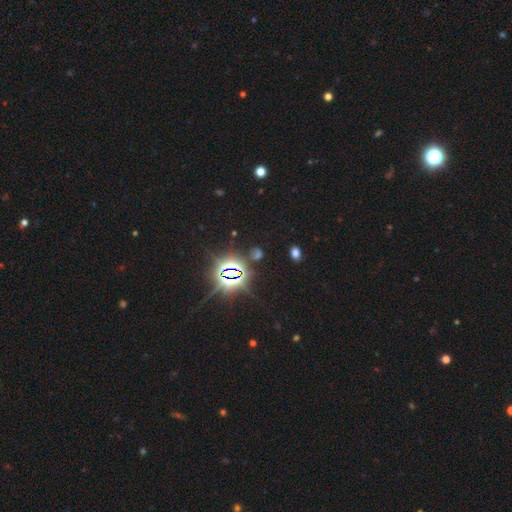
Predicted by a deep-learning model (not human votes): A star or artifact, not a galaxy (80%).